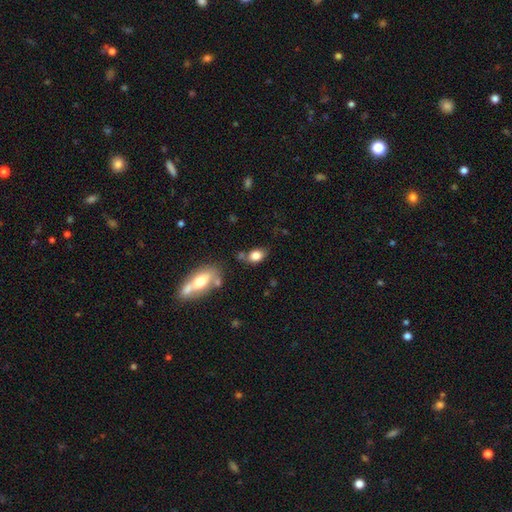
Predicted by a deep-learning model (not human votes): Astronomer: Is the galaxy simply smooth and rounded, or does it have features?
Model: smooth — 82%.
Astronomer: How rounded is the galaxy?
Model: in between — 78%.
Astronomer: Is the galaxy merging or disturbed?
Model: none — 61%.